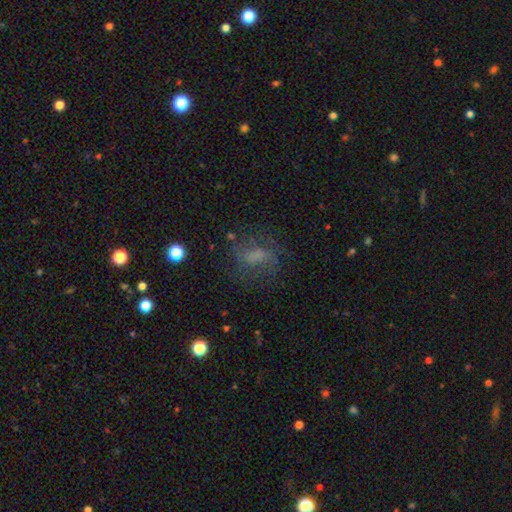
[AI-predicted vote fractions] This appears to be a smooth galaxy with no disk features (47%). Merging: none (60%).